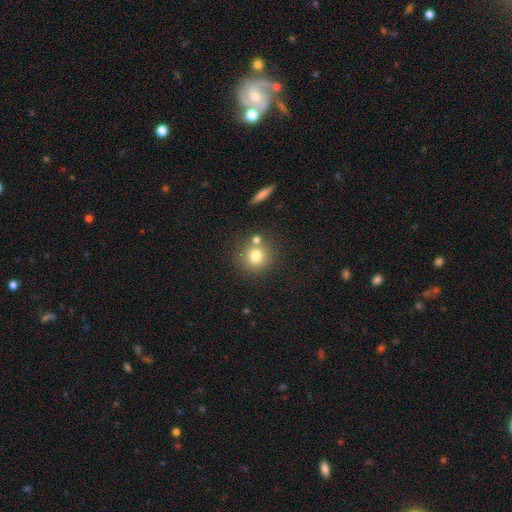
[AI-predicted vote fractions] Q: Smooth or featured?
A: smooth (76%); runner-up: star or artifact (12%)
Q: How rounded?
A: round (91%); runner-up: in between (8%)
Q: Merging?
A: none (72%); runner-up: merger (15%)